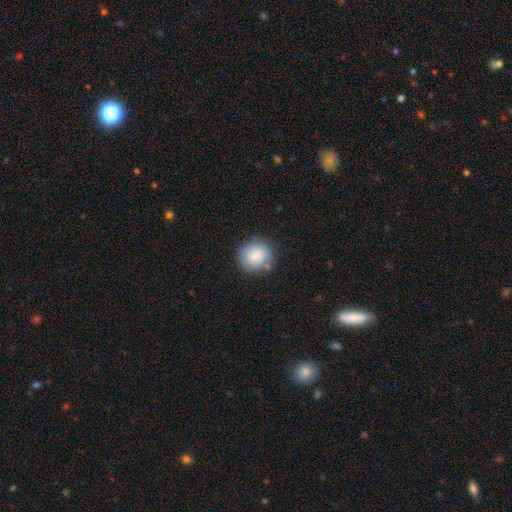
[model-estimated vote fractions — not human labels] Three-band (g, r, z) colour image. It shows a smooth galaxy with no disk features (85%) that is round (82%). Merging: none (78%).